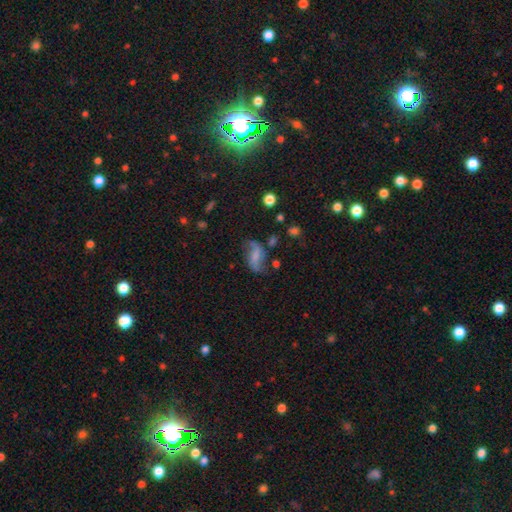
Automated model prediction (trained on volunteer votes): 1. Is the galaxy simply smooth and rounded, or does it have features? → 59% featured or disk, 30% smooth, 11% star or artifact.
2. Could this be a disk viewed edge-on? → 95% no, 5% yes.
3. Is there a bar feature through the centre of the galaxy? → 40% weak, 32% no, 28% strong.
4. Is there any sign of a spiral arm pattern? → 85% yes, 15% no.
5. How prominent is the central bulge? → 49% none, 23% small, 18% moderate, 7% large, 2% dominant.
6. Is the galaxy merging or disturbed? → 56% none, 23% minor disturbance, 16% major disturbance, 5% merger.